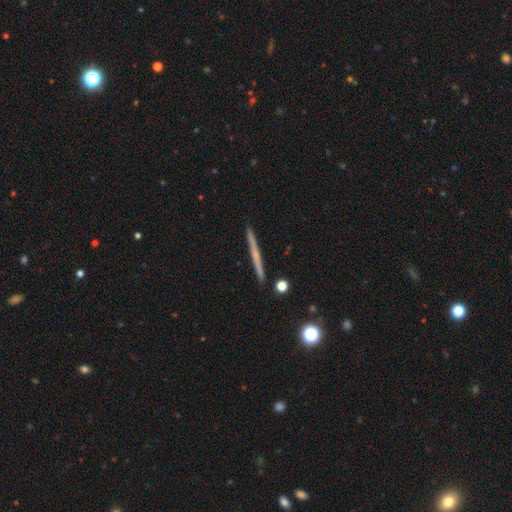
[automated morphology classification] This appears to be a featured or disk galaxy (57%) viewed edge-on (98%) with no central bulge (73%). Merging: none (92%).